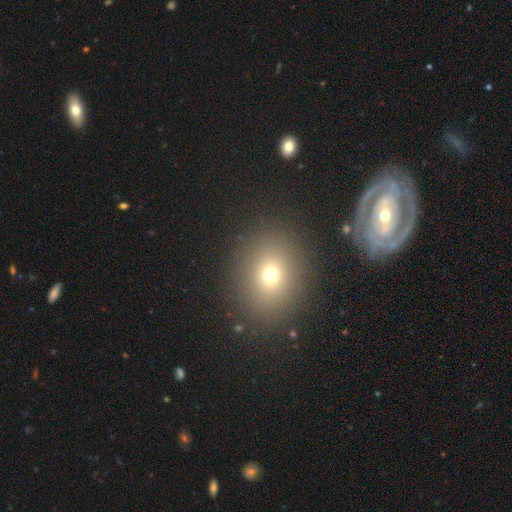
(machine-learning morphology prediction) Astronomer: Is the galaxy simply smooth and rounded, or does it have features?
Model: smooth — 52%.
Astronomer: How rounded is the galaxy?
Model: round — 57% (runner-up: in between, 41%).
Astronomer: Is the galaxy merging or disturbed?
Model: none — 84%.